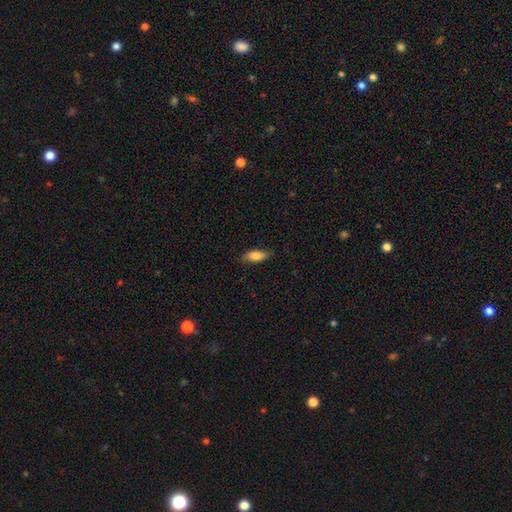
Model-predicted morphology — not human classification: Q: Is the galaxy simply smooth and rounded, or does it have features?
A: smooth — 80%.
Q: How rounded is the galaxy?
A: in between — 74%.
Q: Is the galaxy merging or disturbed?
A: none — 77%.